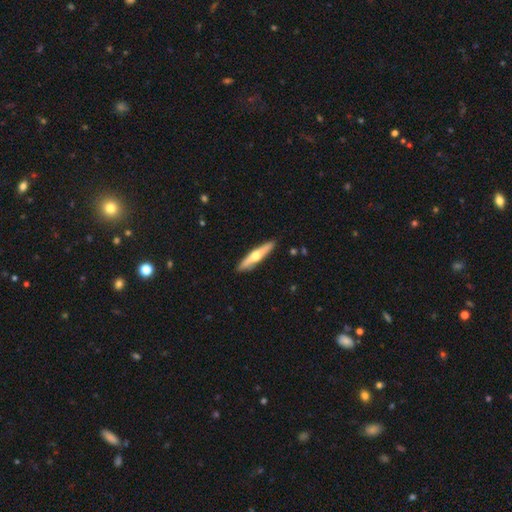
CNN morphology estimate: Smooth or featured?
  - featured or disk: 55% *
  - smooth: 40%
  - star or artifact: 5%
Edge-on disk?
  - yes: 94% *
  - no: 6%
Edge-on bulge?
  - rounded: 92% *
  - none: 6%
  - boxy: 2%
Merging?
  - none: 90% *
  - minor disturbance: 7%
  - major disturbance: 1%
  - merger: 1%